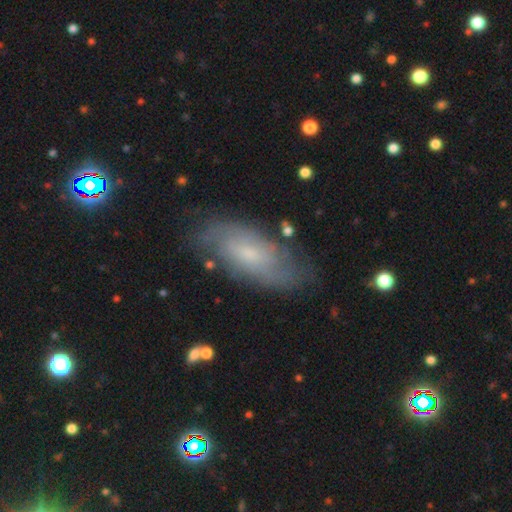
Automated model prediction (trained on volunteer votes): The model was most divided on "bar": no: 61%, weak: 33%, strong: 5%. More confident: edge-on disk — no (88%); spiral arms — yes (86%); merging — none (79%); smooth or featured — featured or disk (63%); bulge size — small (62%).